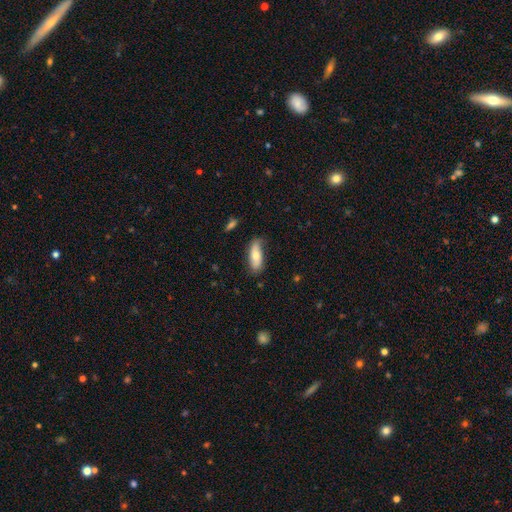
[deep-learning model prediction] Overall: smooth (66%; featured or disk 28%). How rounded: in between (74%). Merging: none (69%).